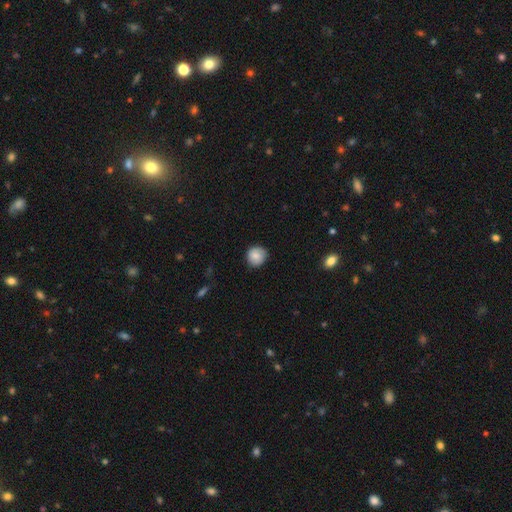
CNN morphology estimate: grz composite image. It shows a smooth galaxy with no disk features (81%) that is round (89%). Merging: none (84%).